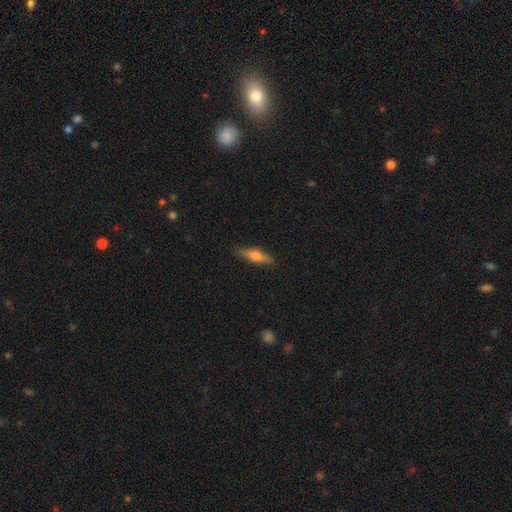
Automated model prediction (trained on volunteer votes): Smooth or featured? featured or disk (47%)
Merging? none (87%)